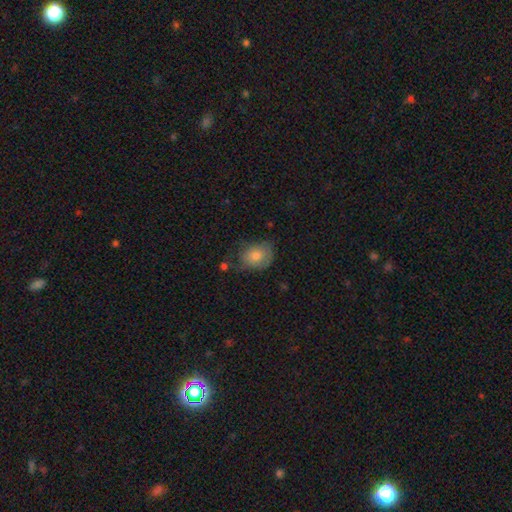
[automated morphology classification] smooth-or-featured: smooth: 73% | featured or disk: 18% | star or artifact: 9%
  how-rounded: in between: 64% | round: 35% | cigar-shaped: 1%
  merging: none: 57% | minor disturbance: 31% | major disturbance: 9% | merger: 3%